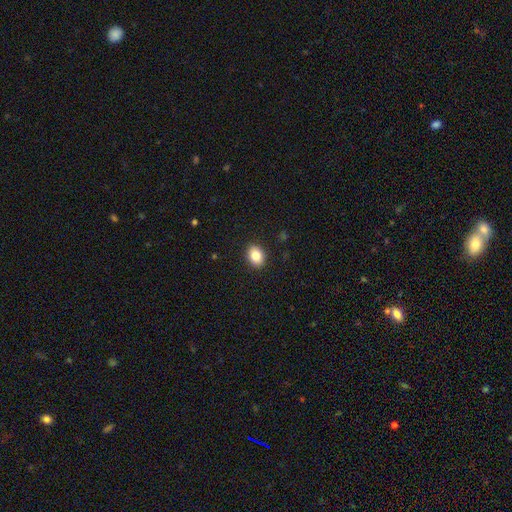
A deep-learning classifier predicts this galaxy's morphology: Smooth or featured?
  - smooth: 84% *
  - star or artifact: 9%
  - featured or disk: 7%
How rounded?
  - in between: 65% *
  - round: 34%
  - cigar-shaped: 1%
Merging?
  - none: 90% *
  - minor disturbance: 7%
  - major disturbance: 2%
  - merger: 1%